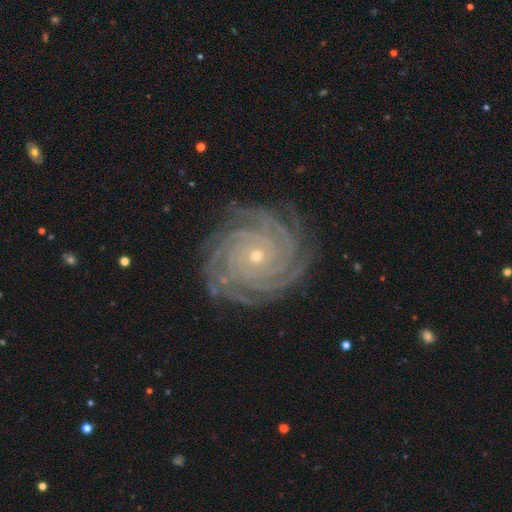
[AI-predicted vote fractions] Morphology: type=featured or disk (90%); edge-on=no (98%); bar=no (75%); spiral arms=yes (99%); winding=tight (89%); arm count=more than 4 (37%); bulge=small (76%); merging=none (85%).